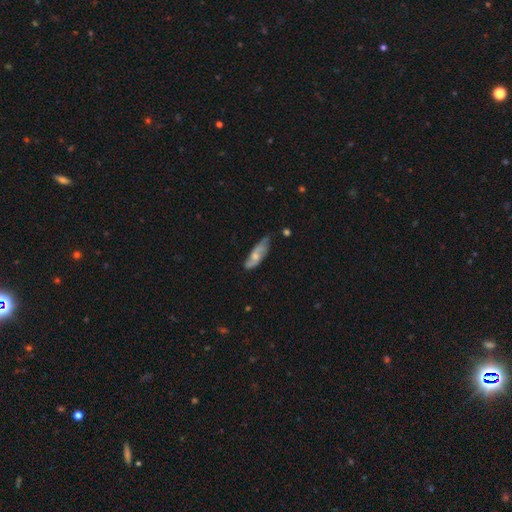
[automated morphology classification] Smooth or featured?
  - smooth: 51% *
  - featured or disk: 43%
  - star or artifact: 6%
How rounded?
  - in between: 59% *
  - cigar-shaped: 38%
  - round: 2%
Merging?
  - none: 54% *
  - minor disturbance: 34%
  - major disturbance: 9%
  - merger: 3%